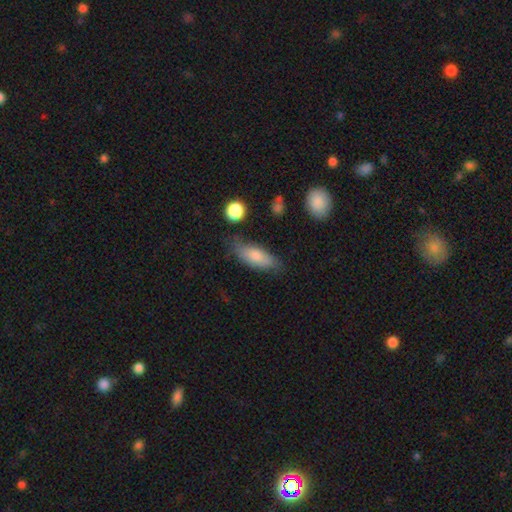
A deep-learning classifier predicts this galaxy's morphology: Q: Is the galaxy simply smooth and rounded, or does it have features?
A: smooth — 76%.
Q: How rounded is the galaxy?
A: in between — 68%.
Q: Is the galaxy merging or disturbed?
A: none — 71%.